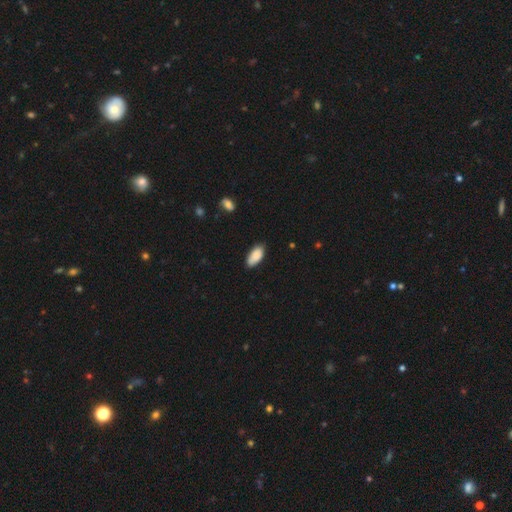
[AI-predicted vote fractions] This appears to be a smooth galaxy with no disk features (89%) that is in between round and cigar-shaped (92%). Merging: none (78%).